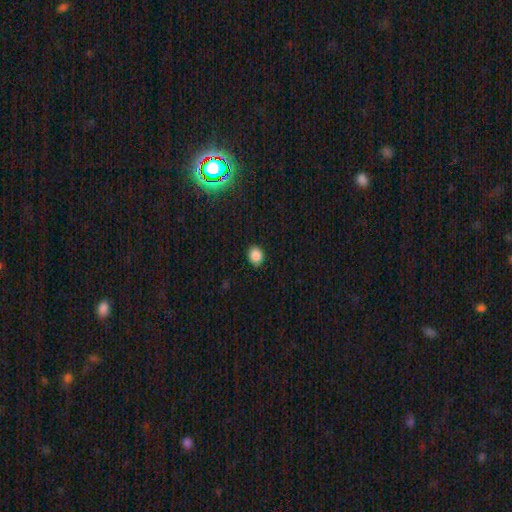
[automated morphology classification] The model was most divided on "how rounded": round: 62%, in between: 37%, cigar-shaped: 1%. More confident: merging — none (89%); smooth or featured — smooth (86%).